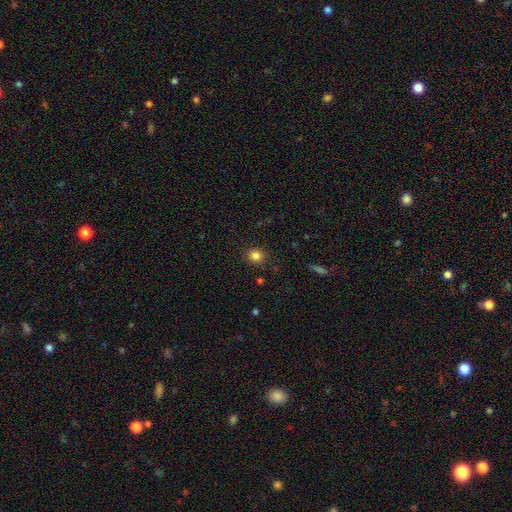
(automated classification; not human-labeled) Overall: smooth (83%). How rounded: round (79%). Merging: none (89%).